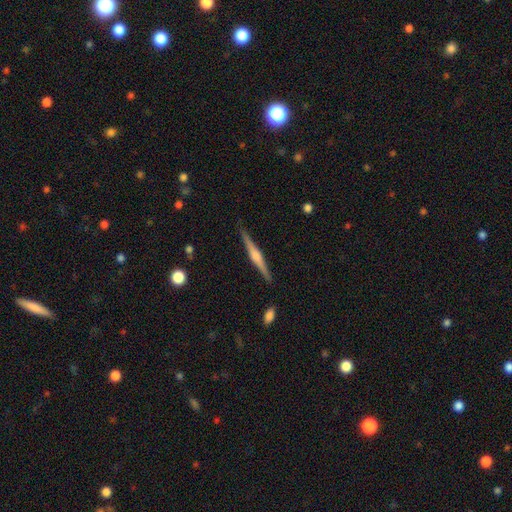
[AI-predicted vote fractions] Morphology: type=featured or disk (77%); edge-on=yes (98%); edge-on bulge=rounded (76%); merging=none (91%).